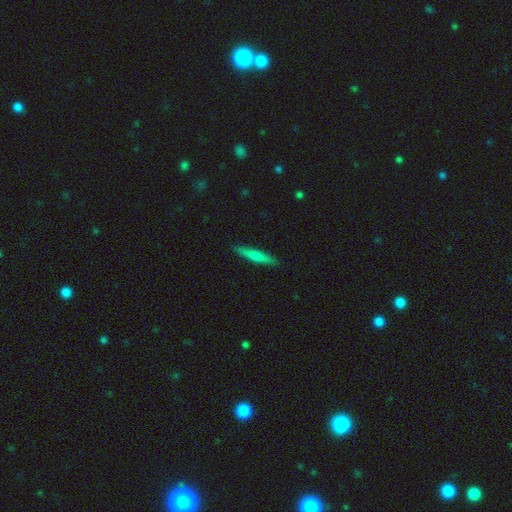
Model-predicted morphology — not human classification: smooth 71%, featured or disk 24%, star or artifact 5%. Down the decision tree: how rounded — cigar-shaped (92%); merging — none (91%).